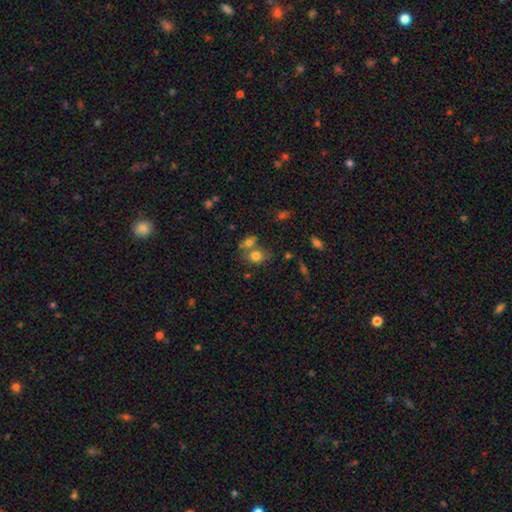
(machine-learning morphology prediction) Smooth or featured?
  - smooth: 75% *
  - star or artifact: 13%
  - featured or disk: 12%
How rounded?
  - in between: 50% *
  - round: 49%
  - cigar-shaped: 1%
Merging?
  - merger: 42% *
  - none: 41%
  - minor disturbance: 12%
  - major disturbance: 5%